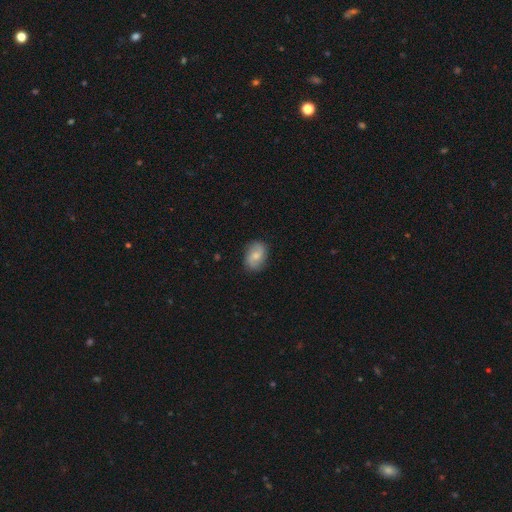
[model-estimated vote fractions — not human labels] This appears to be a smooth galaxy with no disk features (54%) that is in between round and cigar-shaped (77%). Merging: none (82%).